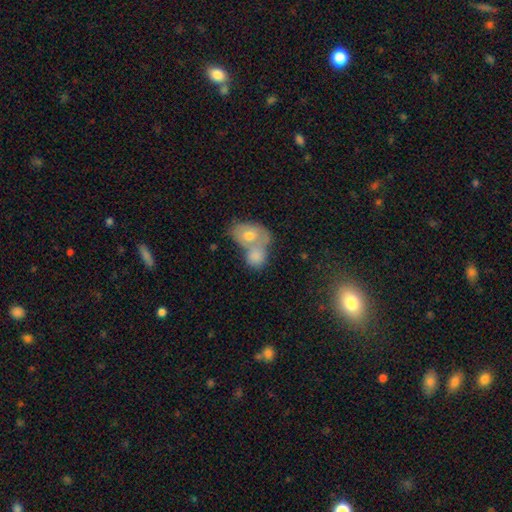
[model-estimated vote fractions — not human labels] The model was most divided on "how rounded": in between: 61%, round: 37%, cigar-shaped: 2%. More confident: smooth or featured — smooth (73%); merging — merger (67%).